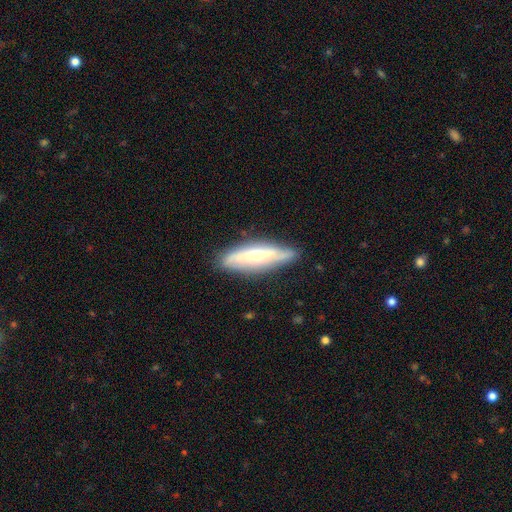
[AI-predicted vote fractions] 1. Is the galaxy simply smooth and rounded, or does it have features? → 54% featured or disk, 39% smooth, 7% star or artifact.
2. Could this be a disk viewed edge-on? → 75% yes, 25% no.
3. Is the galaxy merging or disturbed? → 82% none, 14% minor disturbance, 3% major disturbance, 1% merger.